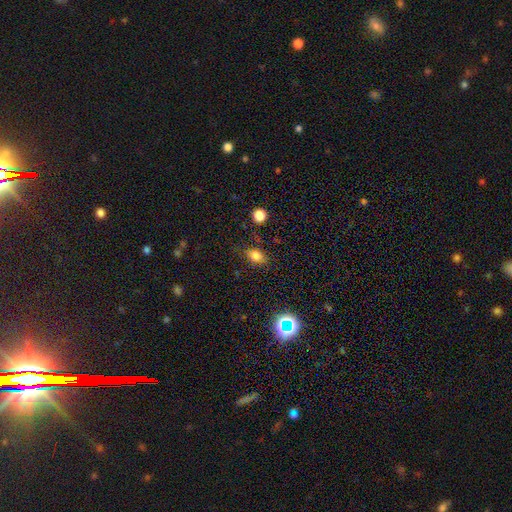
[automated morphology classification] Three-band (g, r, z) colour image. It shows a smooth galaxy with no disk features (80%) that is in between round and cigar-shaped (76%). Merging: none (78%).